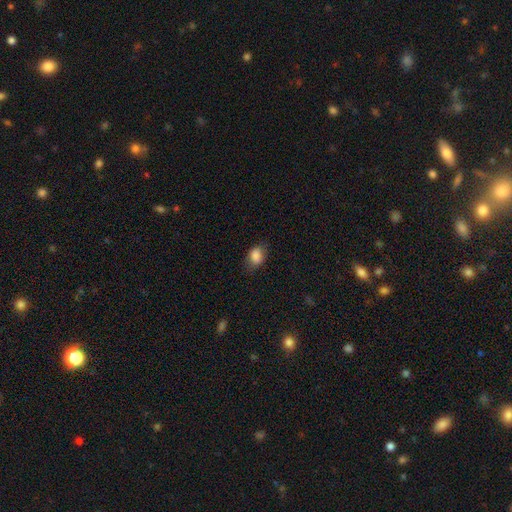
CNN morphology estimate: smooth_or_featured: smooth (p=0.86) [alt: star or artifact p=0.08]
how_rounded: in between (p=0.76) [alt: round p=0.23]
merging: none (p=0.73) [alt: minor disturbance p=0.20]